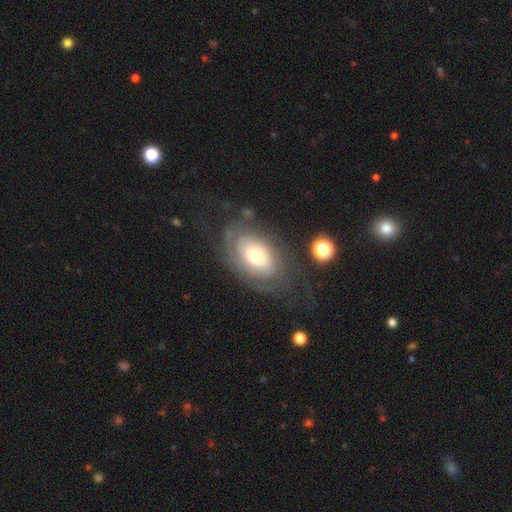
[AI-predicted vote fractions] Q: Smooth or featured?
A: featured or disk (70%); runner-up: smooth (23%)
Q: Edge-on disk?
A: no (95%); runner-up: yes (5%)
Q: Bar?
A: no (79%); runner-up: weak (17%)
Q: Spiral arms?
A: yes (80%); runner-up: no (20%)
Q: Spiral winding?
A: tight (64%); runner-up: medium (24%)
Q: Spiral arm count?
A: can't tell (47%); runner-up: 2 (30%)
Q: Bulge size?
A: moderate (54%); runner-up: small (24%)
Q: Merging?
A: none (63%); runner-up: minor disturbance (18%)